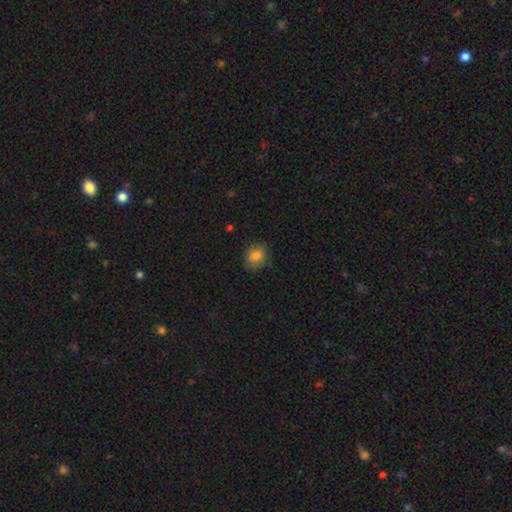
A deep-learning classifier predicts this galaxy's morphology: smooth-or-featured: smooth: 84% | star or artifact: 9% | featured or disk: 7%
  how-rounded: round: 57% | in between: 42% | cigar-shaped: 1%
  merging: none: 76% | minor disturbance: 18% | major disturbance: 5% | merger: 1%